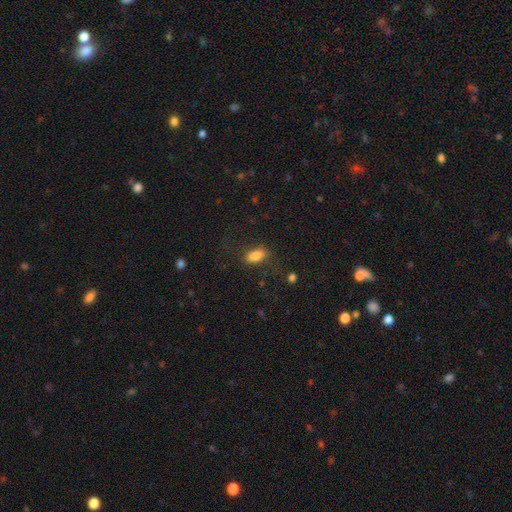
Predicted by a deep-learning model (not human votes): Smooth or featured? Predicted: smooth (p=0.83). How rounded? Predicted: in between (p=0.89). Merging? Predicted: none (p=0.73).